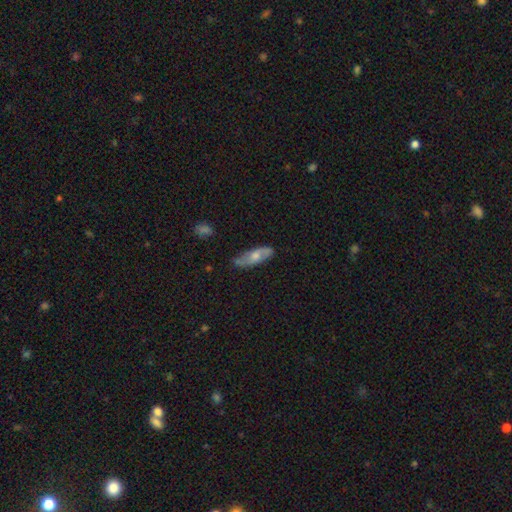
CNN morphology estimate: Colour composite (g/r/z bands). It shows a smooth galaxy with no disk features (52%) that is in between round and cigar-shaped (64%). Merging: none (71%).